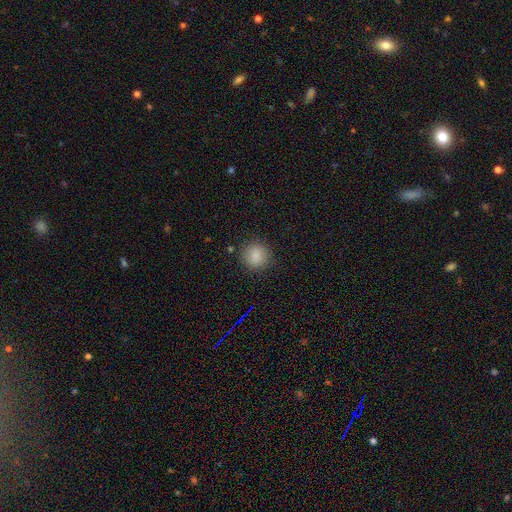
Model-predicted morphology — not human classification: Smooth or featured?
  - smooth: 86% *
  - star or artifact: 10%
  - featured or disk: 4%
How rounded?
  - round: 92% *
  - in between: 7%
  - cigar-shaped: 1%
Merging?
  - none: 88% *
  - minor disturbance: 8%
  - major disturbance: 3%
  - merger: 1%